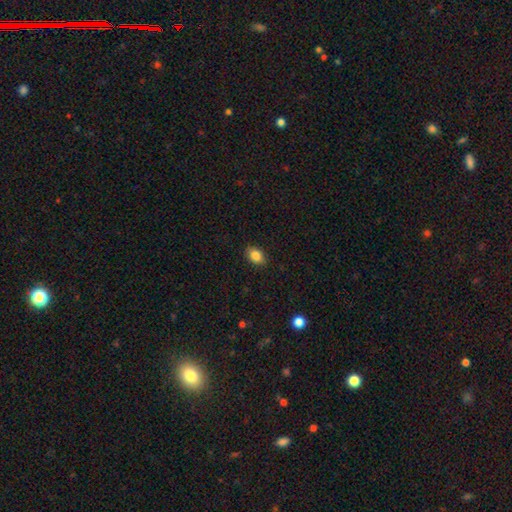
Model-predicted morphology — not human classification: Smooth or featured? smooth (85%)
How rounded? in between (76%)
Merging? none (88%)